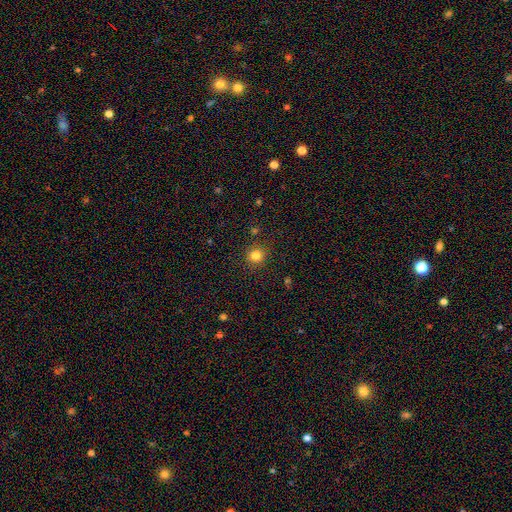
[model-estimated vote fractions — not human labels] Morphology: type=smooth (81%); roundness=round (91%); merging=none (89%).